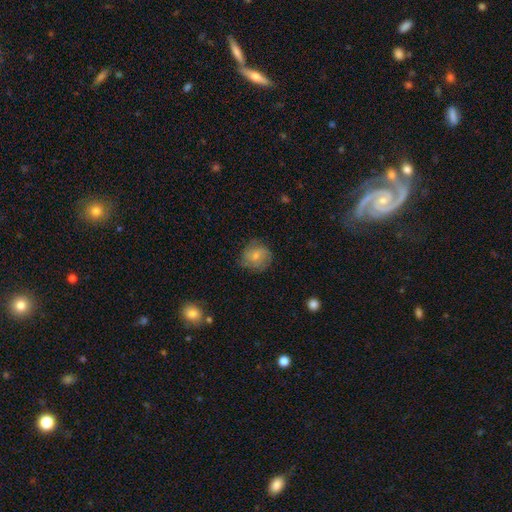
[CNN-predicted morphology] Overall: smooth (63%; featured or disk 29%). How rounded: round (82%). Merging: none (73%).